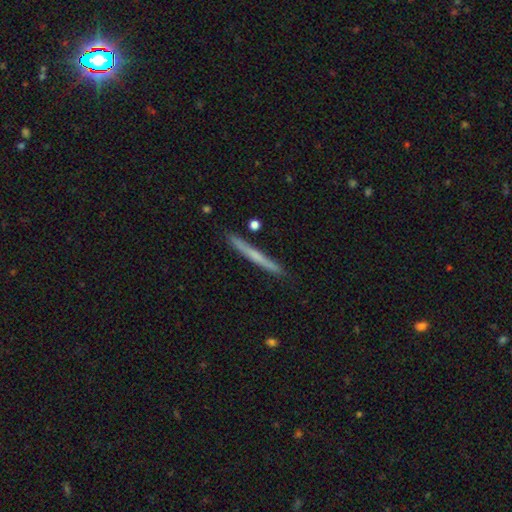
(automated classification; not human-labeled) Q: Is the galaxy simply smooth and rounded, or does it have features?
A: smooth — 48%.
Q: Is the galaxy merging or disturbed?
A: none — 89%.